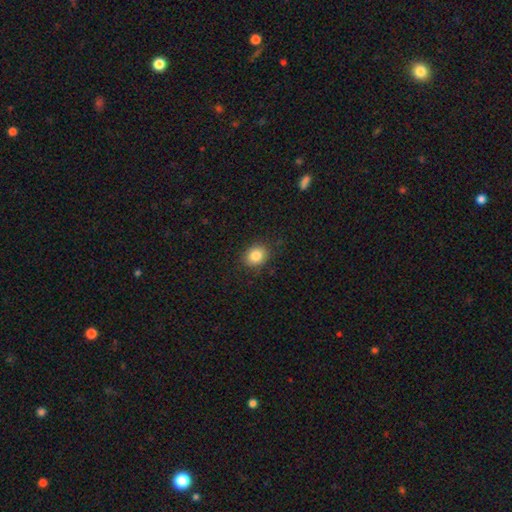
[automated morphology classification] The model was most divided on "how rounded": round: 57%, in between: 42%, cigar-shaped: 1%. More confident: merging — none (87%); smooth or featured — smooth (85%).